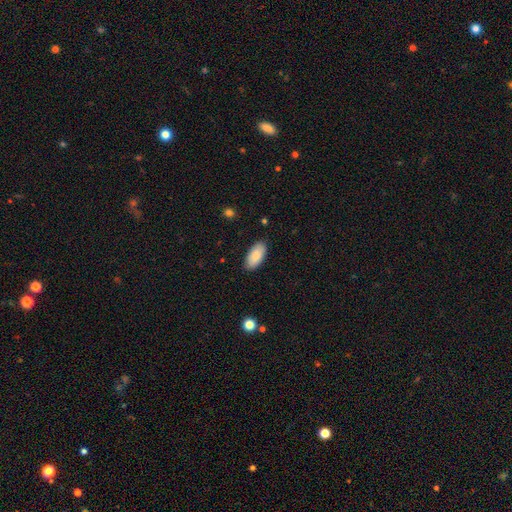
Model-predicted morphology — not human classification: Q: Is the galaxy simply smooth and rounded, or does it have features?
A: smooth — 85%.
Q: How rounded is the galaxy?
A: in between — 92%.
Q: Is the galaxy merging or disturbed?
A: none — 88%.